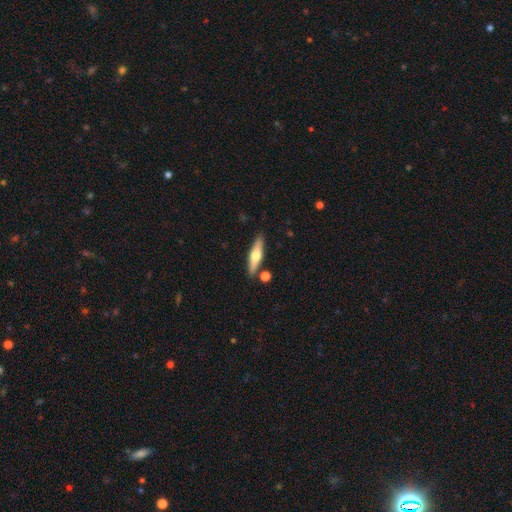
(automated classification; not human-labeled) A featured or disk galaxy (51%) viewed edge-on (92%). Merging: none (84%).